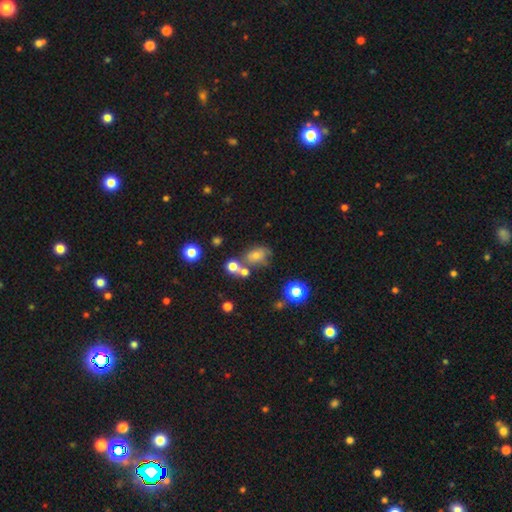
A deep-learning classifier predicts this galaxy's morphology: Overall: smooth (45%; star or artifact 42%). Merging: none (59%; merger 23%).